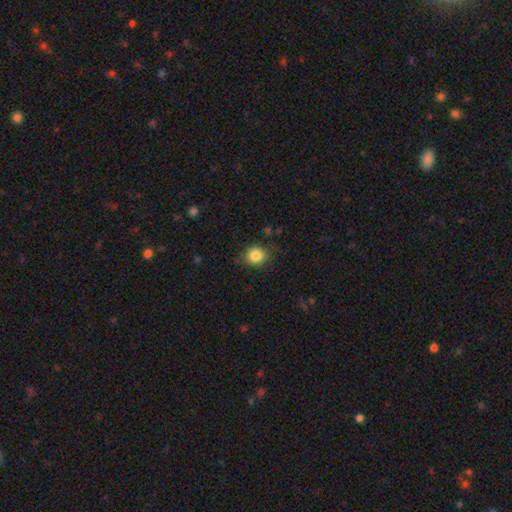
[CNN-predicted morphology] Q: Smooth or featured?
A: smooth (84%); runner-up: star or artifact (10%)
Q: How rounded?
A: round (77%); runner-up: in between (22%)
Q: Merging?
A: none (82%); runner-up: minor disturbance (14%)